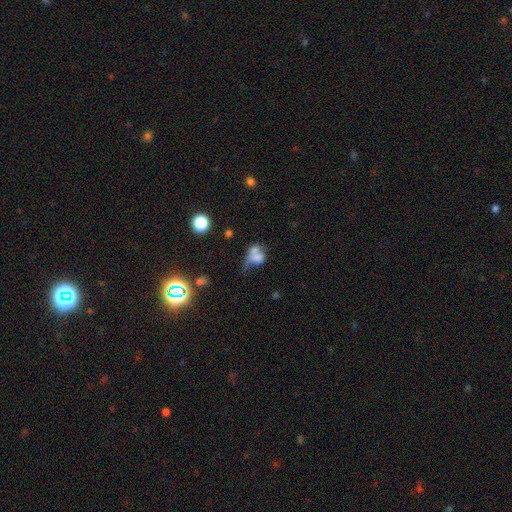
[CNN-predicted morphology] This is likely a smooth galaxy (63%). How rounded: possibly in between (52%). Merging: marginally merger (44%).